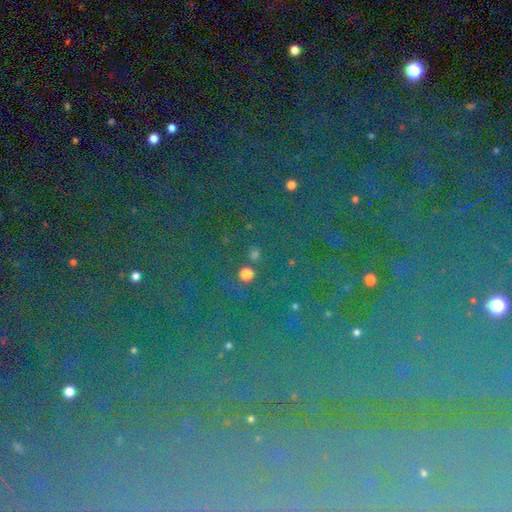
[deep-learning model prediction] smooth_or_featured: star or artifact (p=0.79) [alt: smooth p=0.11]